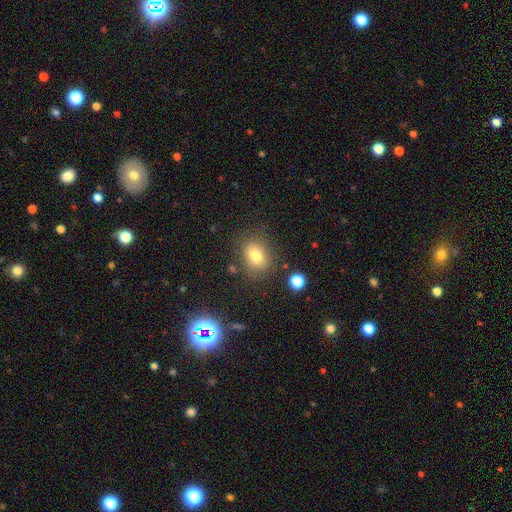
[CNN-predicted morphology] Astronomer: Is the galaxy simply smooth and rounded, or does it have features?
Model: smooth — 77%.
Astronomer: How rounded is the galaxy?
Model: in between — 60% (runner-up: round, 39%).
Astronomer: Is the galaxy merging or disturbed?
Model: none — 76%.